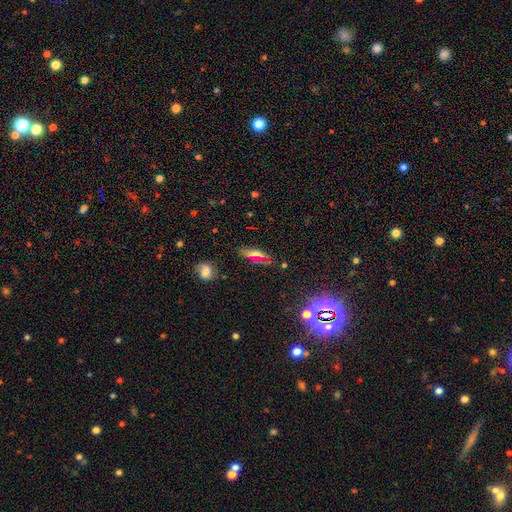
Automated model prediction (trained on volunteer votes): Q: Smooth or featured?
A: smooth (54%); runner-up: featured or disk (28%)
Q: How rounded?
A: in between (59%); runner-up: cigar-shaped (37%)
Q: Merging?
A: none (79%); runner-up: minor disturbance (14%)